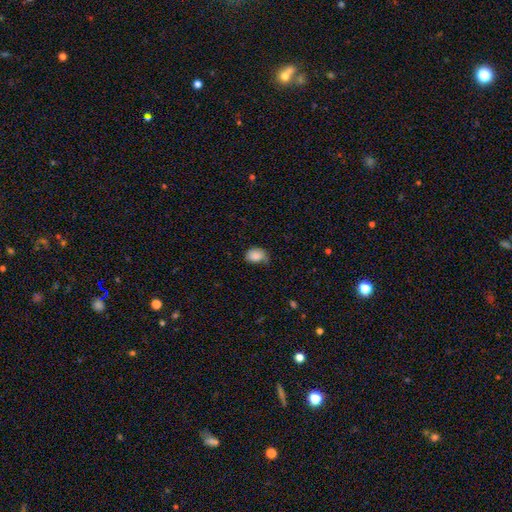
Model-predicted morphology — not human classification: Smooth or featured? Predicted: smooth (p=0.87). How rounded? Predicted: in between (p=0.75). Merging? Predicted: none (p=0.56).